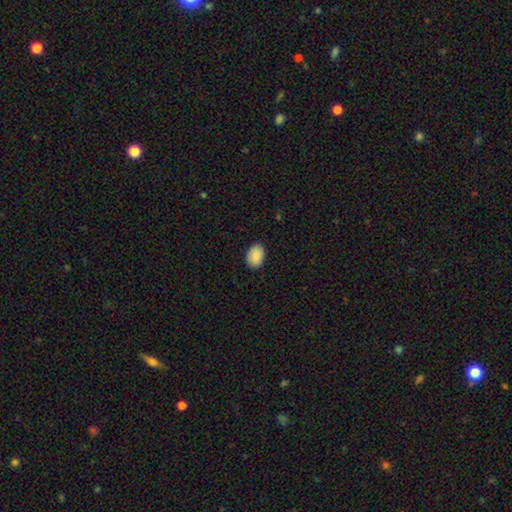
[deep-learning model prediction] smooth_or_featured: smooth (p=0.90) [alt: star or artifact p=0.07]
how_rounded: in between (p=0.81) [alt: round p=0.18]
merging: none (p=0.89) [alt: minor disturbance p=0.09]